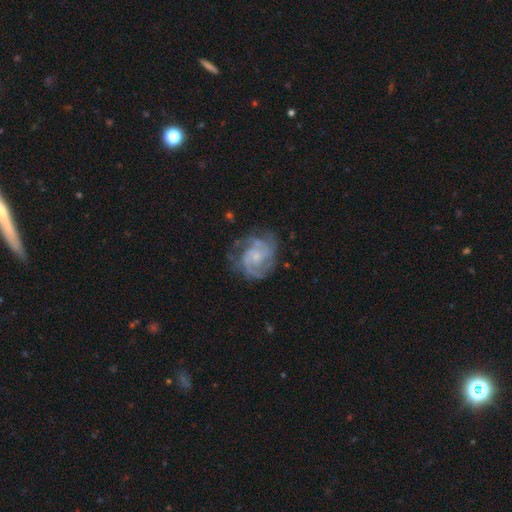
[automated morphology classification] Smooth or featured? Predicted: featured or disk (p=0.87). Edge-on disk? Predicted: no (p=0.98). Bar? Predicted: no (p=0.66). Spiral arms? Predicted: yes (p=0.97). Spiral winding? Predicted: tight (p=0.51). Spiral arm count? Predicted: 2 (p=0.36). Bulge size? Predicted: small (p=0.65). Merging? Predicted: none (p=0.70).